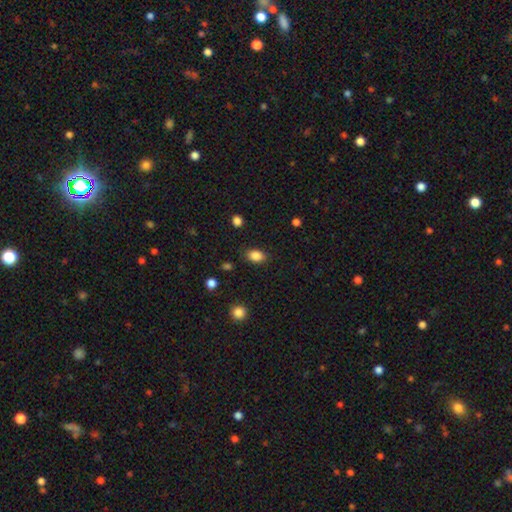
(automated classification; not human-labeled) This is clearly a smooth galaxy (86%). How rounded: clearly in between (81%). Merging: clearly none (84%).